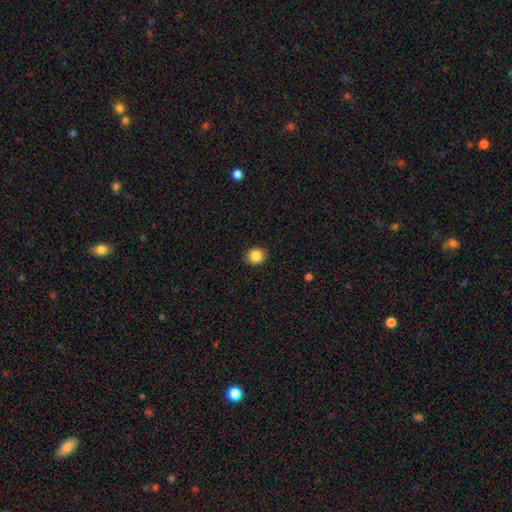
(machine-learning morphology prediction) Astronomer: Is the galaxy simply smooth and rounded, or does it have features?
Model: smooth — 87%.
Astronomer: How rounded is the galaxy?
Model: round — 76%.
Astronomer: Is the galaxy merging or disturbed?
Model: none — 91%.